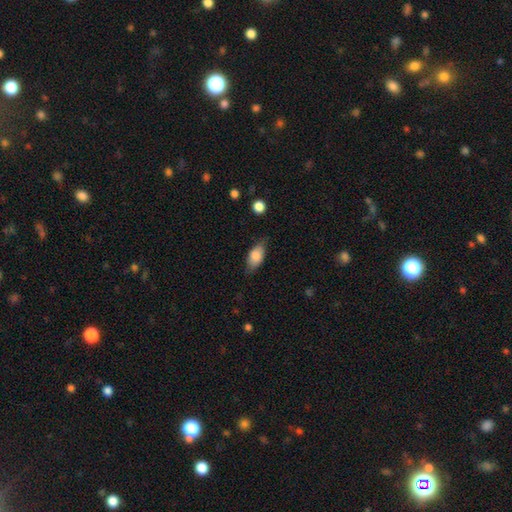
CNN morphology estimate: The model was most divided on "merging": none: 72%, minor disturbance: 21%, major disturbance: 5%, merger: 2%. More confident: how rounded — in between (86%); smooth or featured — smooth (79%).